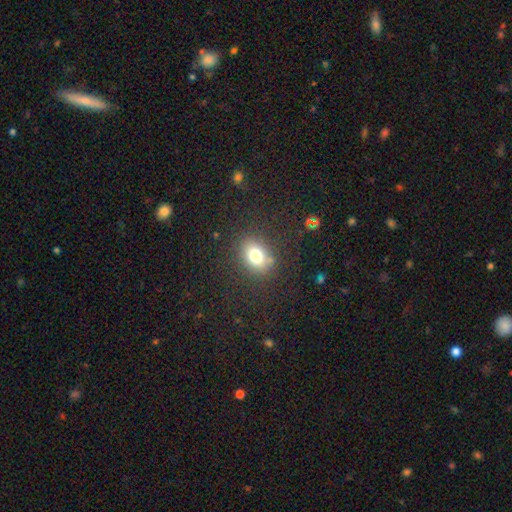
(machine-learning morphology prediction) Smooth or featured? smooth (75%)
How rounded? in between (57%)
Merging? none (81%)